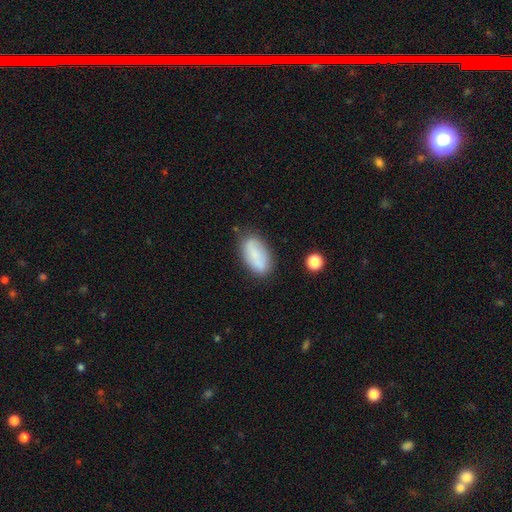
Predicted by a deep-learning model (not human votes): smooth_or_featured: smooth (p=0.72) [alt: featured or disk p=0.21]
how_rounded: in between (p=0.91) [alt: cigar-shaped p=0.05]
merging: none (p=0.73) [alt: minor disturbance p=0.18]